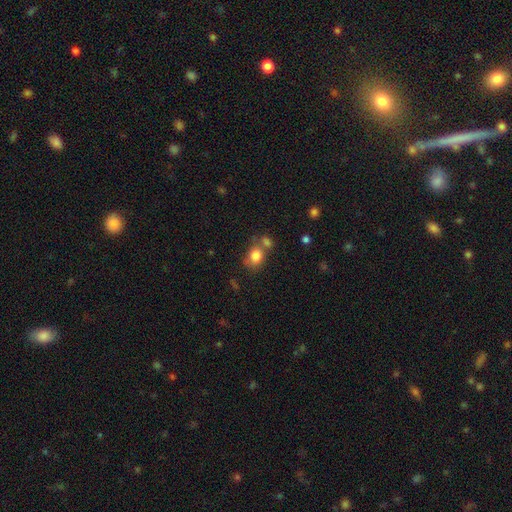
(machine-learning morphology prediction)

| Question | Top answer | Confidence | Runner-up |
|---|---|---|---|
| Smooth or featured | smooth | 82% | star or artifact (10%) |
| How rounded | round | 57% | in between (42%) |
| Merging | none | 51% | merger (27%) |